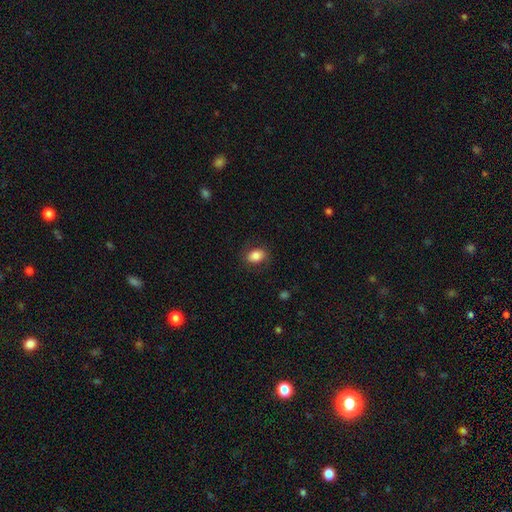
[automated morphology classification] smooth_or_featured: smooth (p=0.82) [alt: featured or disk p=0.10]
how_rounded: in between (p=0.76) [alt: round p=0.23]
merging: none (p=0.81) [alt: minor disturbance p=0.14]